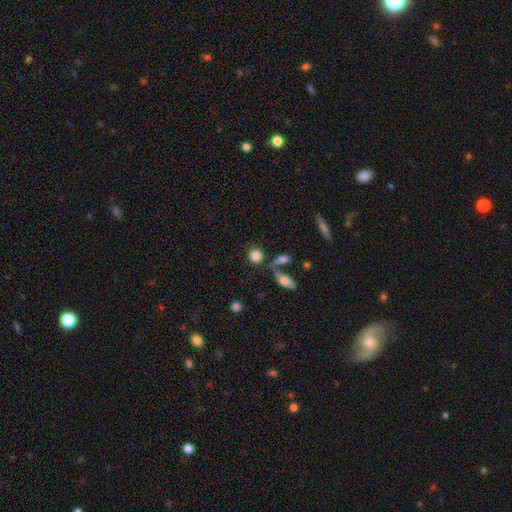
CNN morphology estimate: Smooth or featured: smooth — 83% (star or artifact — 9%)
How rounded: round — 79% (in between — 18%)
Merging: none — 66% (merger — 18%)